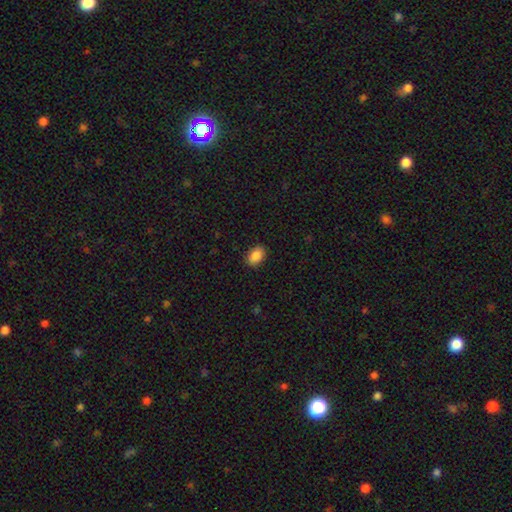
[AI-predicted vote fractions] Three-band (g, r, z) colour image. It shows a smooth galaxy with no disk features (88%) that is in between round and cigar-shaped (86%). Merging: none (88%).